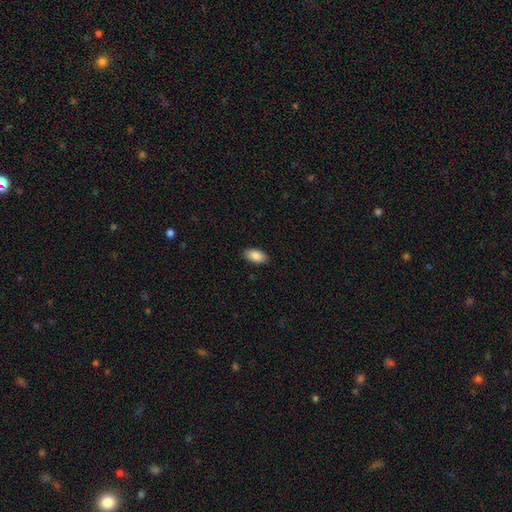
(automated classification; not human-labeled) Smooth or featured?
  - smooth: 88% *
  - star or artifact: 7%
  - featured or disk: 5%
How rounded?
  - in between: 94% *
  - round: 3%
  - cigar-shaped: 3%
Merging?
  - none: 88% *
  - minor disturbance: 9%
  - major disturbance: 2%
  - merger: 1%